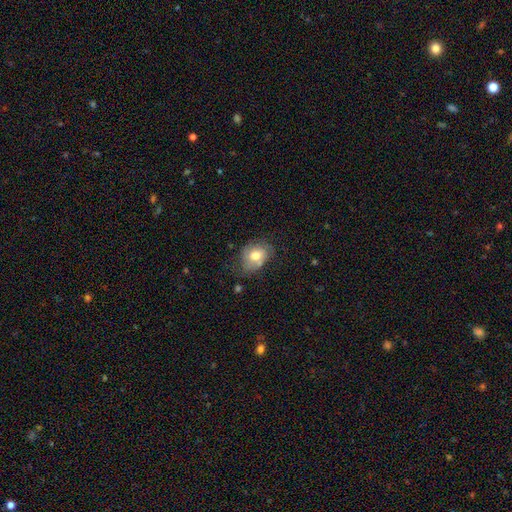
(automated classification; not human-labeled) A smooth galaxy with no disk features (67%) that is in between round and cigar-shaped (61%). Merging: none (55%).